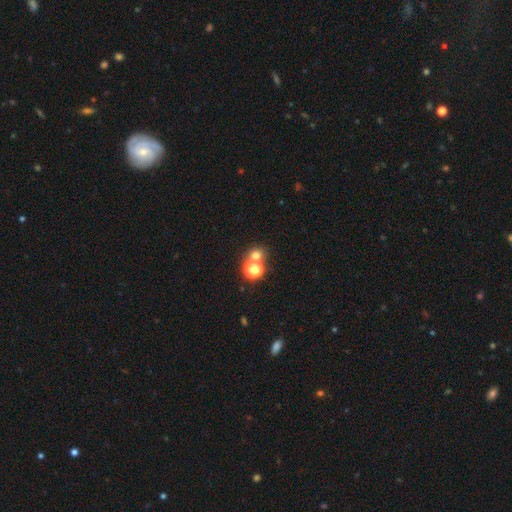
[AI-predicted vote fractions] Morphology: type=smooth (65%); roundness=round (79%); merging=none (56%).